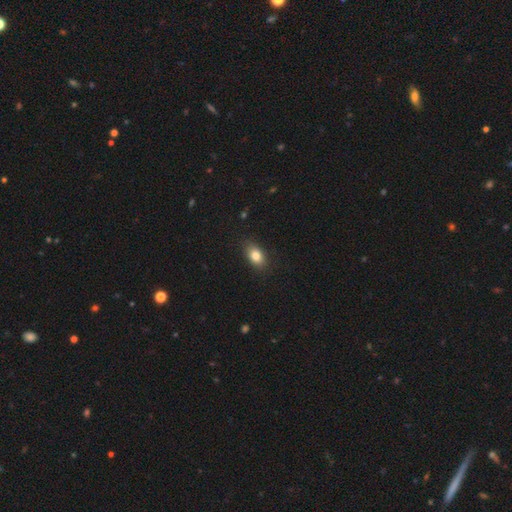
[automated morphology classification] A smooth galaxy with no disk features (83%) that is in between round and cigar-shaped (85%).

Vote fractions:
- Smooth or featured? smooth: 83% / star or artifact: 9% / featured or disk: 8%
- How rounded? in between: 85% / round: 12% / cigar-shaped: 3%
- Merging? none: 85% / minor disturbance: 11% / major disturbance: 3% / merger: 1%